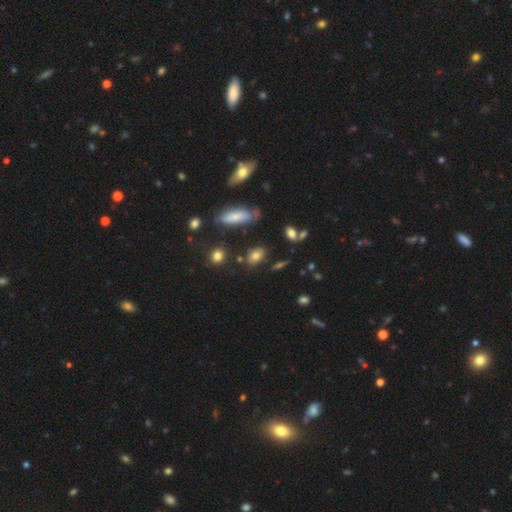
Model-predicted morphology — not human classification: smooth_or_featured: smooth (p=0.72) [alt: featured or disk p=0.15]
how_rounded: in between (p=0.79) [alt: round p=0.14]
merging: none (p=0.73) [alt: minor disturbance p=0.15]